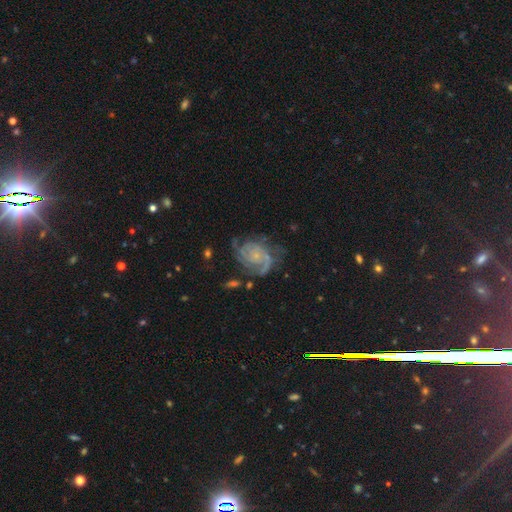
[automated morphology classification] Smooth or featured: featured or disk — 84% (smooth — 8%)
Edge-on disk: no — 98% (yes — 2%)
Bar: no — 75% (weak — 21%)
Spiral arms: yes — 96% (no — 4%)
Spiral winding: tight — 49% (medium — 39%)
Spiral arm count: 2 — 40% (3 — 21%)
Bulge size: small — 74% (moderate — 13%)
Merging: none — 61% (minor disturbance — 21%)